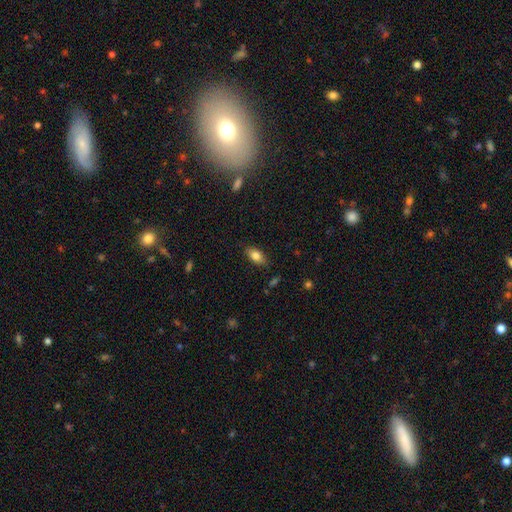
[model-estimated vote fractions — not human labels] A smooth galaxy with no disk features (80%) that is in between round and cigar-shaped (89%).

Vote fractions:
- Smooth or featured? smooth: 80% / featured or disk: 11% / star or artifact: 8%
- How rounded? in between: 89% / cigar-shaped: 6% / round: 5%
- Merging? none: 84% / minor disturbance: 12% / major disturbance: 3% / merger: 1%